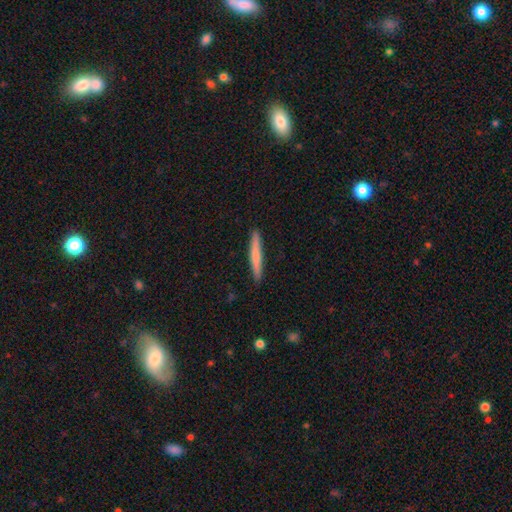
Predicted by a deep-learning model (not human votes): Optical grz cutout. It shows a smooth galaxy with no disk features (66%) that is cigar-shaped (95%). Merging: none (91%).